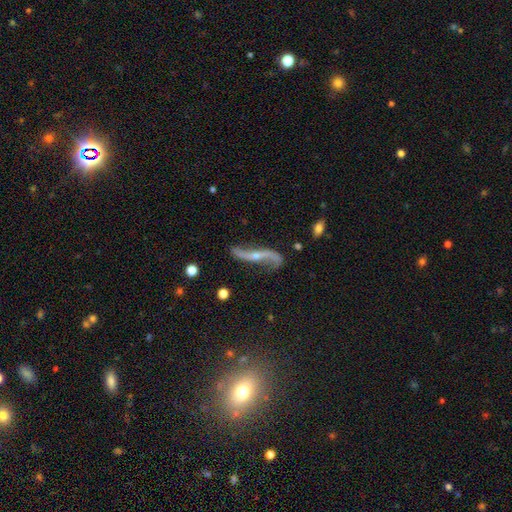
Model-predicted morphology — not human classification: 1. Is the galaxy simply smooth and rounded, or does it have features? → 89% featured or disk, 6% star or artifact, 5% smooth.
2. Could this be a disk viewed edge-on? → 84% no, 16% yes.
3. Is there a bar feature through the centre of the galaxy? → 54% no, 26% weak, 20% strong.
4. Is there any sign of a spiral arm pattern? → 96% yes, 4% no.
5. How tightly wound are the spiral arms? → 92% loose, 5% medium, 3% tight.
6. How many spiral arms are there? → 94% 2, 2% 1, 1% can't tell, 1% 3, 1% 4, 1% more than 4.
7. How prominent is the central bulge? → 67% small, 26% moderate, 4% none, 2% large, 1% dominant.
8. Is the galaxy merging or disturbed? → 73% none, 16% minor disturbance, 8% major disturbance, 3% merger.